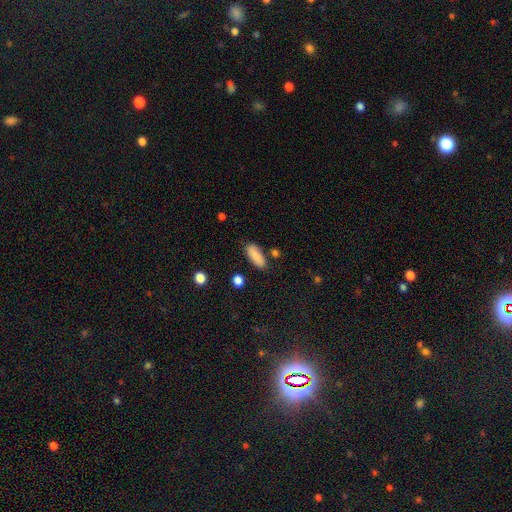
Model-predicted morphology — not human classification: Smooth or featured? Predicted: smooth (p=0.88). How rounded? Predicted: in between (p=0.78). Merging? Predicted: none (p=0.81).